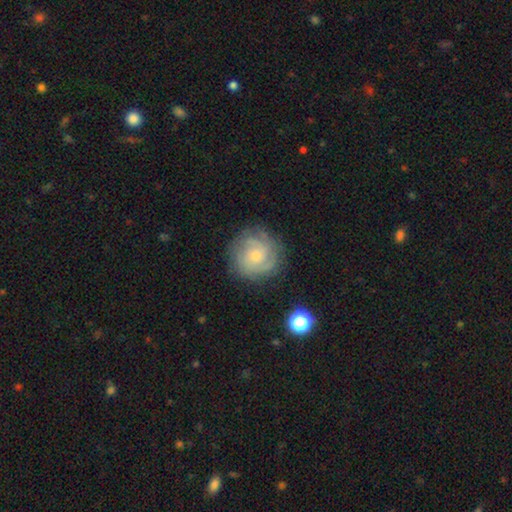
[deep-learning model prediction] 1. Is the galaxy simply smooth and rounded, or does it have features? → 69% featured or disk, 23% smooth, 8% star or artifact.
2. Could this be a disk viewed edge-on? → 98% no, 2% yes.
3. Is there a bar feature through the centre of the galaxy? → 75% no, 21% weak, 3% strong.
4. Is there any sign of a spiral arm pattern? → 91% yes, 9% no.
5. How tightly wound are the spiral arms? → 69% tight, 24% medium, 6% loose.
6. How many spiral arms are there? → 38% can't tell, 23% 2, 21% 3, 8% 4, 5% 1, 5% more than 4.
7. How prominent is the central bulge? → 62% small, 31% moderate, 3% none, 2% large, 1% dominant.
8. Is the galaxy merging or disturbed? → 81% none, 13% minor disturbance, 5% major disturbance, 1% merger.